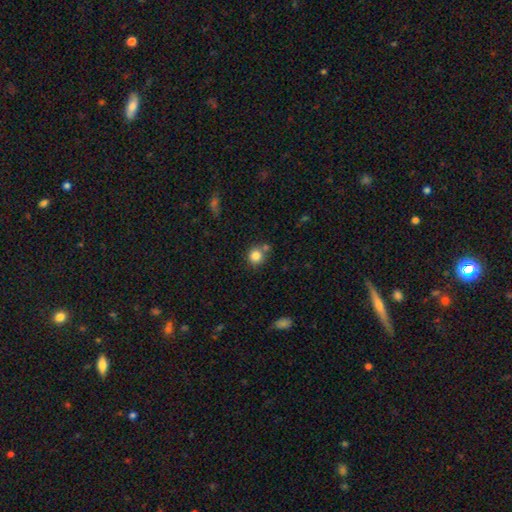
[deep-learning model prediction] Smooth or featured? Predicted: smooth (p=0.83). How rounded? Predicted: round (p=0.89). Merging? Predicted: none (p=0.66).